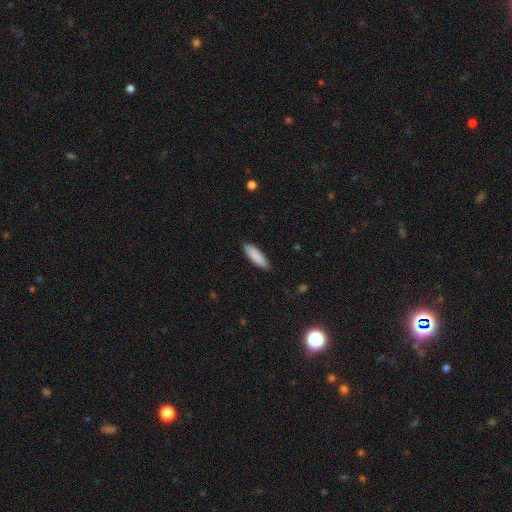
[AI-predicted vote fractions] Smooth or featured: smooth — 89% (featured or disk — 6%)
How rounded: in between — 51% (cigar-shaped — 47%)
Merging: none — 87% (minor disturbance — 11%)